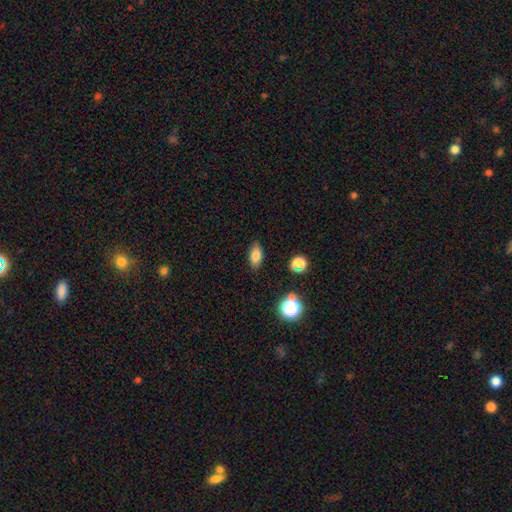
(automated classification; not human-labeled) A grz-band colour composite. It shows a smooth galaxy with no disk features (78%) that is in between round and cigar-shaped (84%). Merging: none (86%).